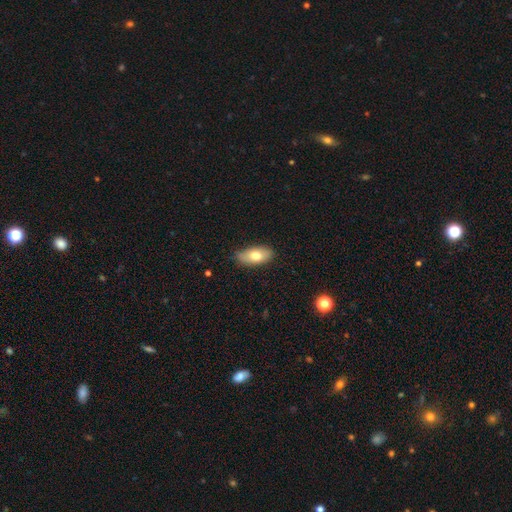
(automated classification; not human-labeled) Smooth or featured? smooth (72%)
How rounded? in between (90%)
Merging? none (77%)